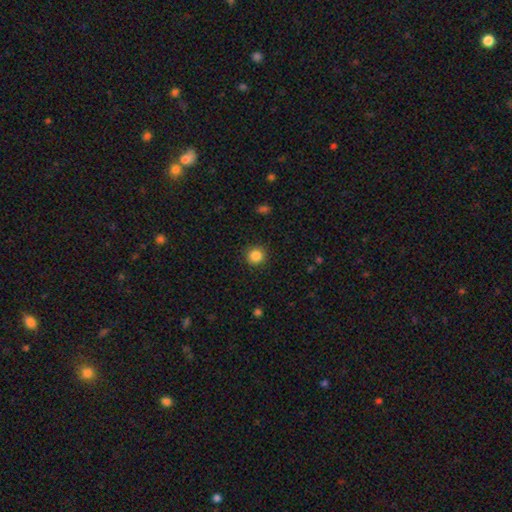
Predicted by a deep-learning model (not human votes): Smooth or featured? Predicted: smooth (p=0.86). How rounded? Predicted: round (p=0.93). Merging? Predicted: none (p=0.91).